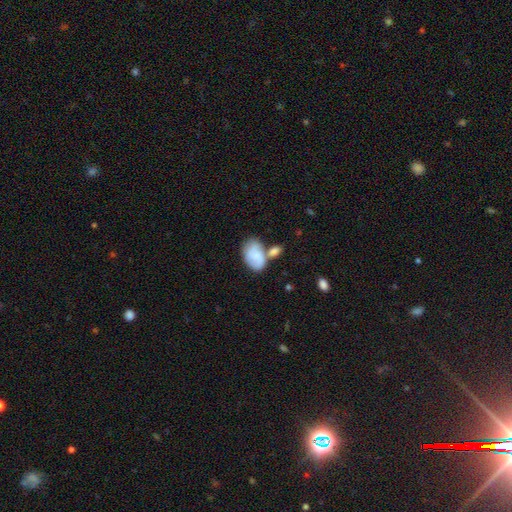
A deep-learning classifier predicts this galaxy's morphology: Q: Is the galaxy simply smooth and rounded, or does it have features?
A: smooth — 74%.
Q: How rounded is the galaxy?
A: in between — 90%.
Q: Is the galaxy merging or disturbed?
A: merger — 39%.